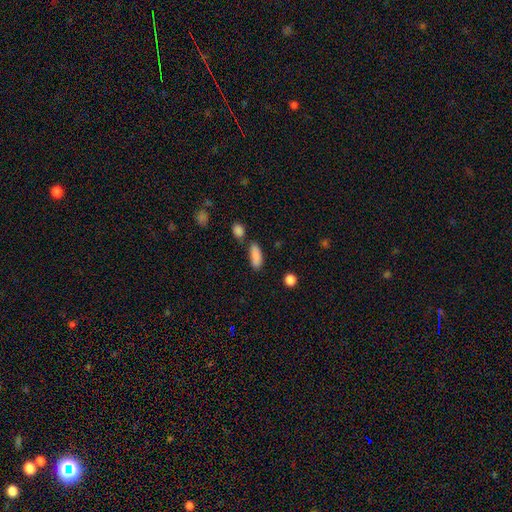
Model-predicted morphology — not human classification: smooth 87%, star or artifact 8%, featured or disk 5%. Down the decision tree: how rounded — in between (72%); merging — none (68%).